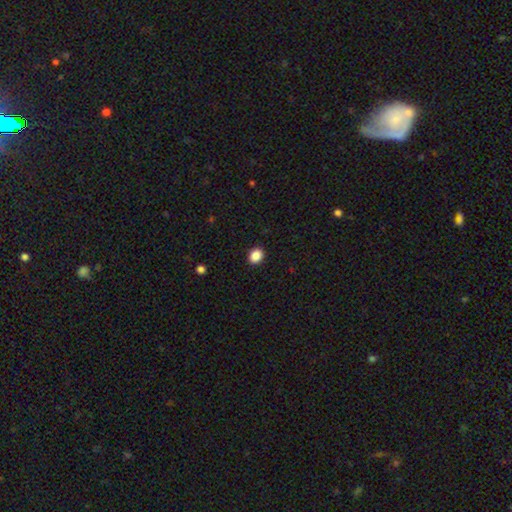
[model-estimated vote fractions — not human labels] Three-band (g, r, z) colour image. It shows a smooth galaxy with no disk features (88%) that is round (52%). Merging: none (91%).